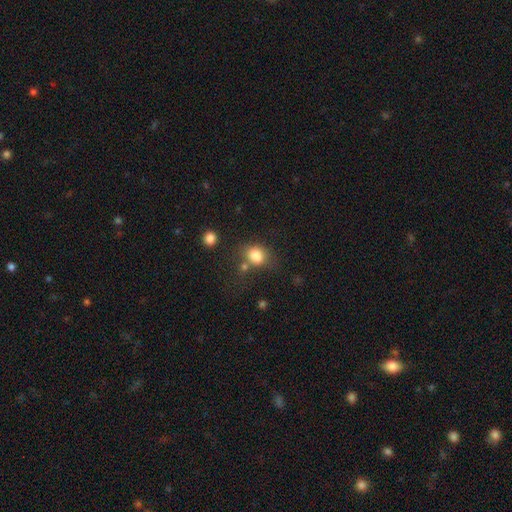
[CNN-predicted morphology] A smooth galaxy with no disk features (81%) that is in between round and cigar-shaped (52%).

Vote fractions:
- Smooth or featured? smooth: 81% / star or artifact: 11% / featured or disk: 8%
- How rounded? in between: 52% / round: 47% / cigar-shaped: 1%
- Merging? none: 53% / merger: 20% / minor disturbance: 18% / major disturbance: 9%